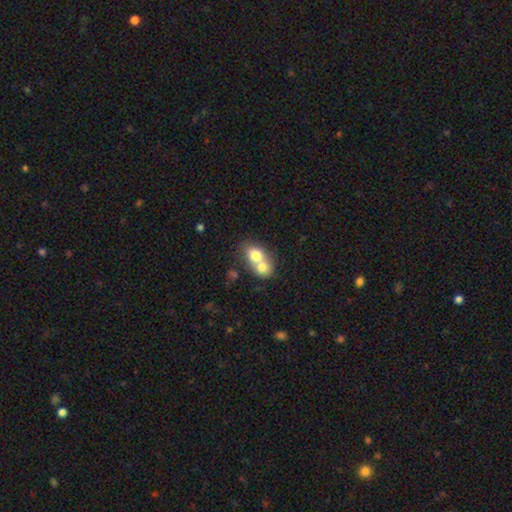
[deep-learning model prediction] smooth 72%, featured or disk 20%, star or artifact 8%. Down the decision tree: how rounded — round (52%); merging — merger (73%).